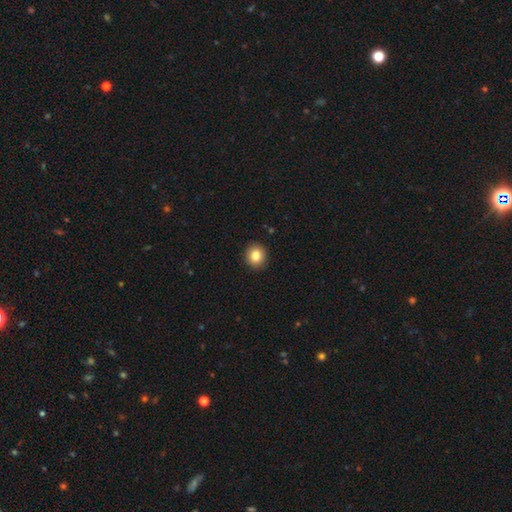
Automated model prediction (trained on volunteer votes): Q: Smooth or featured?
A: smooth (83%); runner-up: star or artifact (10%)
Q: How rounded?
A: round (86%); runner-up: in between (13%)
Q: Merging?
A: none (92%); runner-up: minor disturbance (6%)